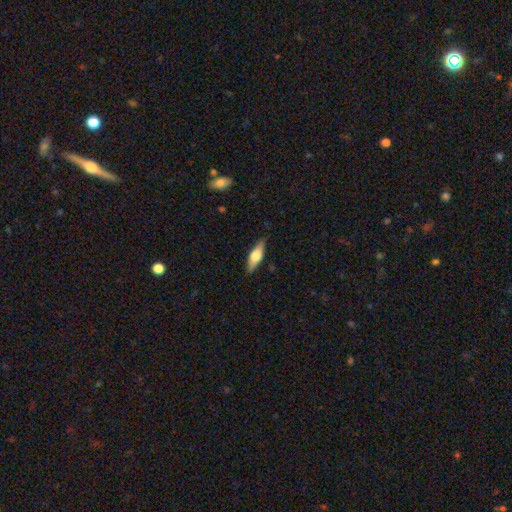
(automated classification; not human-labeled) Overall: smooth (49%; featured or disk 45%). Merging: none (87%).